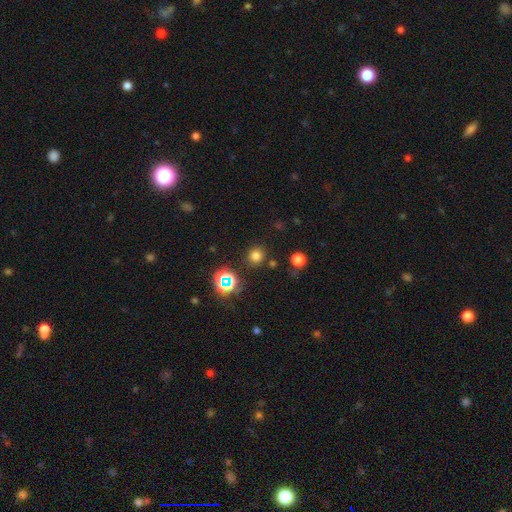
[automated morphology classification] smooth_or_featured: smooth (p=0.72) [alt: star or artifact p=0.23]
how_rounded: round (p=0.90) [alt: in between p=0.09]
merging: none (p=0.84) [alt: minor disturbance p=0.08]